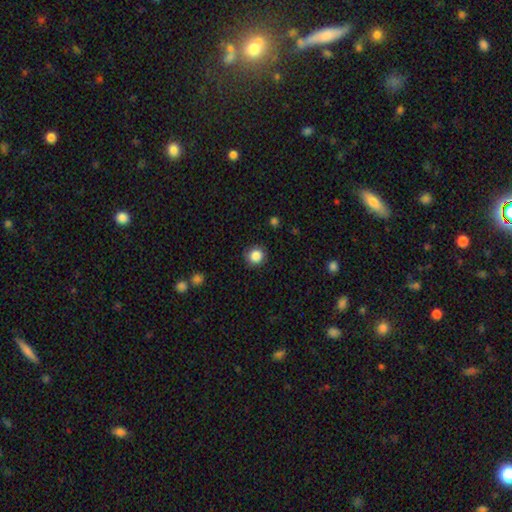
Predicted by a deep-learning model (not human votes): Smooth or featured: smooth — 86% (star or artifact — 10%)
How rounded: round — 92% (in between — 7%)
Merging: none — 88% (minor disturbance — 8%)